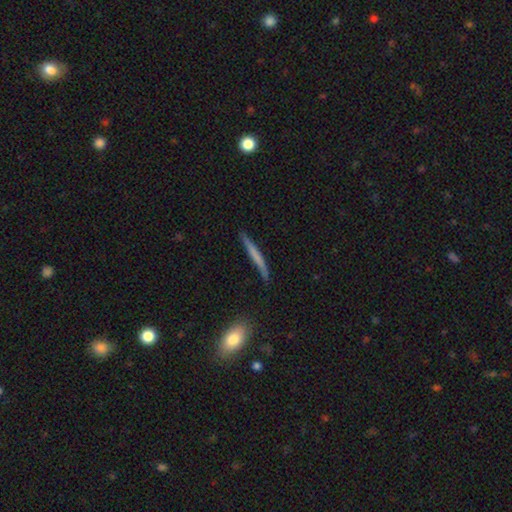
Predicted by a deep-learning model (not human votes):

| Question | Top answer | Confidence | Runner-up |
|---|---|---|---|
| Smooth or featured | smooth | 57% | featured or disk (38%) |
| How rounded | cigar-shaped | 95% | in between (3%) |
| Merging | none | 83% | minor disturbance (12%) |